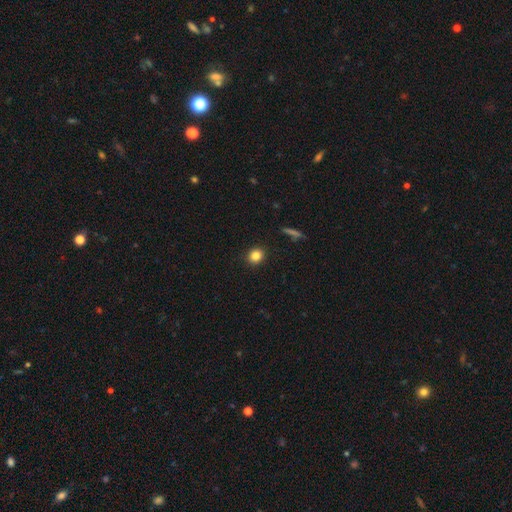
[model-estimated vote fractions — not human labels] A smooth galaxy with no disk features (83%) that is round (77%).

Vote fractions:
- Smooth or featured? smooth: 83% / star or artifact: 11% / featured or disk: 6%
- How rounded? round: 77% / in between: 22% / cigar-shaped: 1%
- Merging? none: 91% / minor disturbance: 6% / major disturbance: 2% / merger: 1%